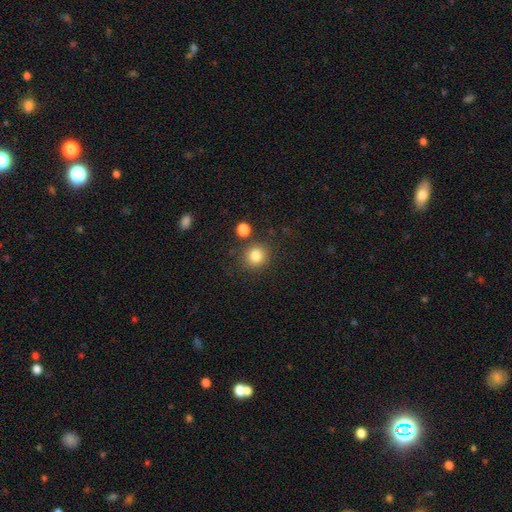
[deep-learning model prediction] Smooth or featured? Predicted: smooth (p=0.83). How rounded? Predicted: round (p=0.89). Merging? Predicted: none (p=0.83).